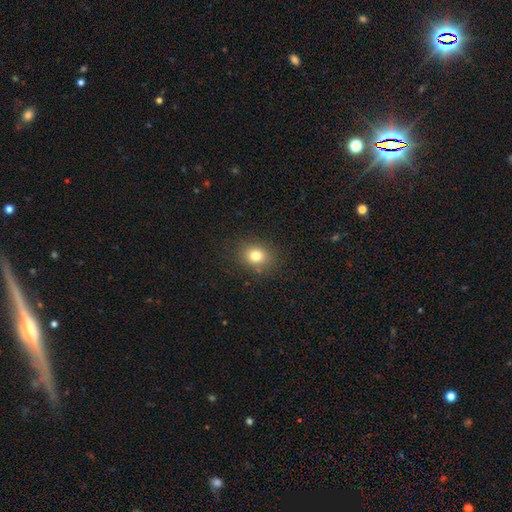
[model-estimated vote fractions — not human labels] Q: Smooth or featured?
A: smooth (78%); runner-up: star or artifact (13%)
Q: How rounded?
A: round (64%); runner-up: in between (35%)
Q: Merging?
A: none (85%); runner-up: minor disturbance (10%)